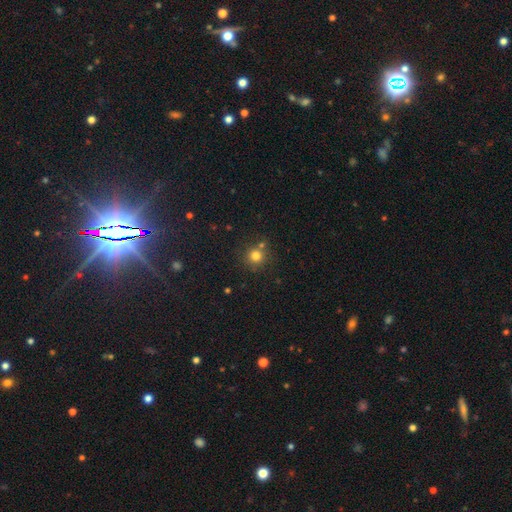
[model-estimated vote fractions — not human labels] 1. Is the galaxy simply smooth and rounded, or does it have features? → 79% smooth, 15% star or artifact, 7% featured or disk.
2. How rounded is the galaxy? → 92% round, 7% in between, 1% cigar-shaped.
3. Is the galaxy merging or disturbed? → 75% none, 13% merger, 9% minor disturbance, 3% major disturbance.